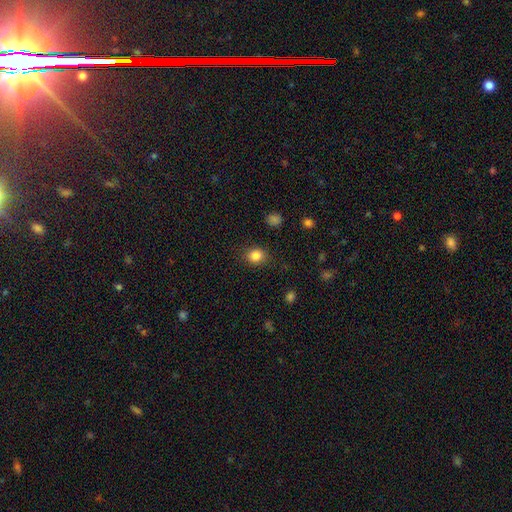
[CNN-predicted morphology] The model was most divided on "how rounded": round: 69%, in between: 30%, cigar-shaped: 1%. More confident: merging — none (87%); smooth or featured — smooth (84%).